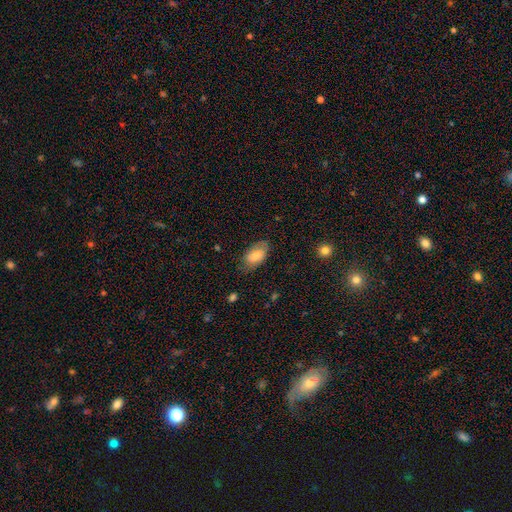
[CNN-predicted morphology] smooth_or_featured: smooth (p=0.76) [alt: featured or disk p=0.17]
how_rounded: in between (p=0.93) [alt: round p=0.04]
merging: none (p=0.69) [alt: minor disturbance p=0.22]